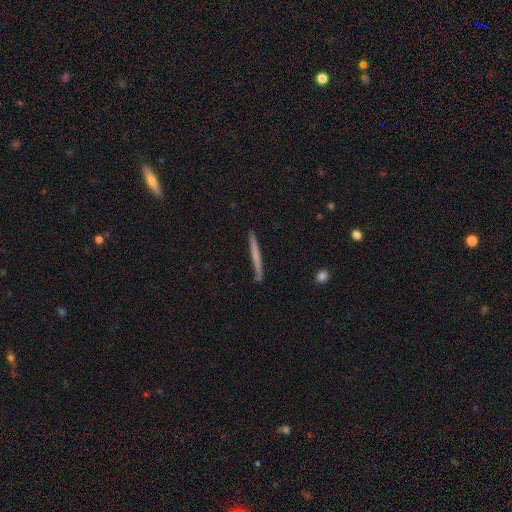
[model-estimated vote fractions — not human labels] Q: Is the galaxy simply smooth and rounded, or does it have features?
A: smooth — 51%.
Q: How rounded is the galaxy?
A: cigar-shaped — 97%.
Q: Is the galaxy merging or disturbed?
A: none — 89%.